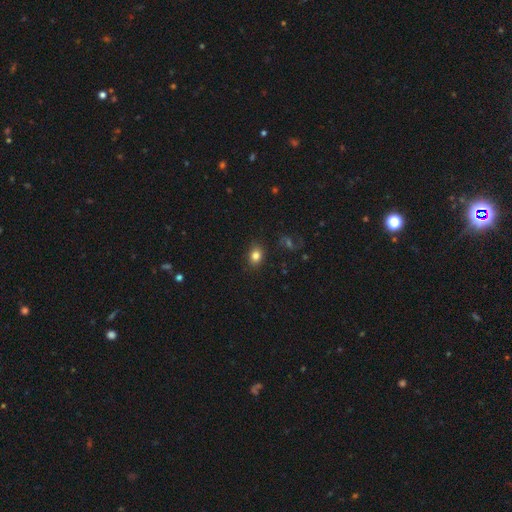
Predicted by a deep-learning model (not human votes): Morphology: type=smooth (82%); roundness=in between (55%); merging=none (84%).